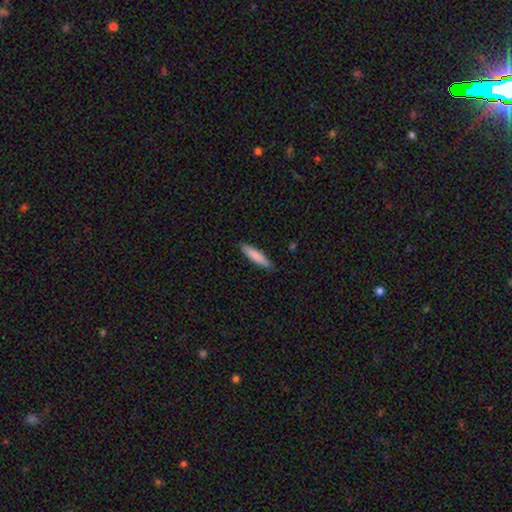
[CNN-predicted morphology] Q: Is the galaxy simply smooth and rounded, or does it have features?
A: smooth — 84%.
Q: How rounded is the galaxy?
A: cigar-shaped — 80%.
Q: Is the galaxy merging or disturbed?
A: none — 86%.